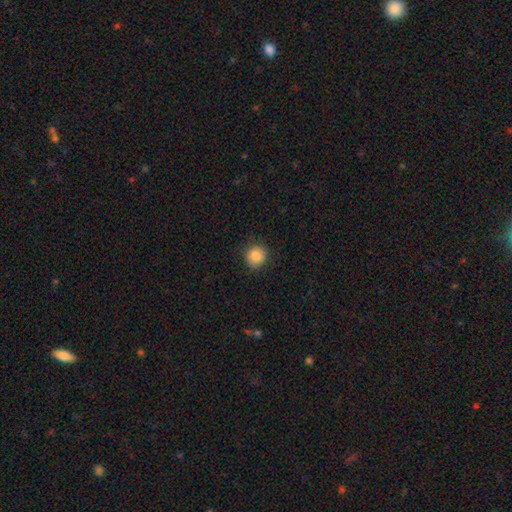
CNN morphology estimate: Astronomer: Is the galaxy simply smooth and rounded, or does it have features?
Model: smooth — 86%.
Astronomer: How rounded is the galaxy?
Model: round — 89%.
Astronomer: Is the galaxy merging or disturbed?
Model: none — 87%.